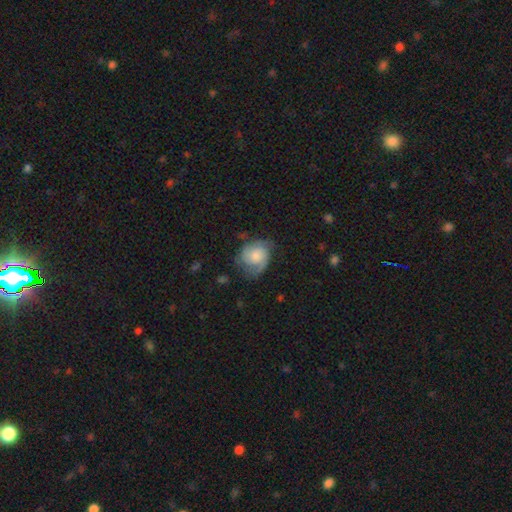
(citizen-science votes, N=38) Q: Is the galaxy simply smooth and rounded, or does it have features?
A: featured or disk — 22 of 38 (58%).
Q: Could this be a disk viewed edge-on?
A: no — 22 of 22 (100%).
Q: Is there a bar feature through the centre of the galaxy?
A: no — 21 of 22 (95%).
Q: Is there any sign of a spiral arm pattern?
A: yes — 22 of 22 (100%).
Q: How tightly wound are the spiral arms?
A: tight — 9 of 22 (41%).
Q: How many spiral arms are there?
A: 2 — 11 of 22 (50%).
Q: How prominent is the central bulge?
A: moderate — 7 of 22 (32%, tied with small).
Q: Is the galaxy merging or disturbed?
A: none — 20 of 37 (54%).